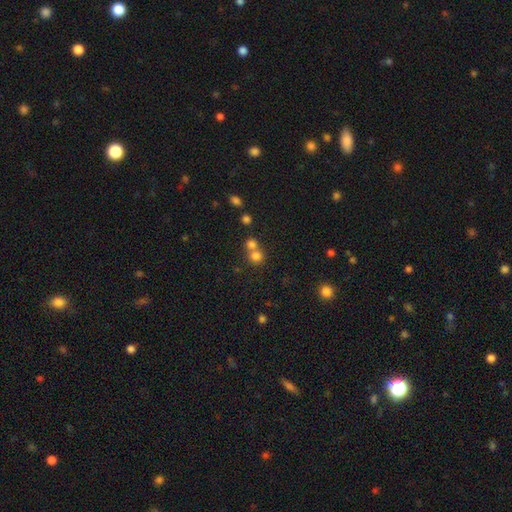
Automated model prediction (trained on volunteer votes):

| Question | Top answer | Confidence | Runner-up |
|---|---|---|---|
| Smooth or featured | smooth | 77% | star or artifact (15%) |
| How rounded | round | 87% | in between (12%) |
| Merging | merger | 47% | none (45%) |